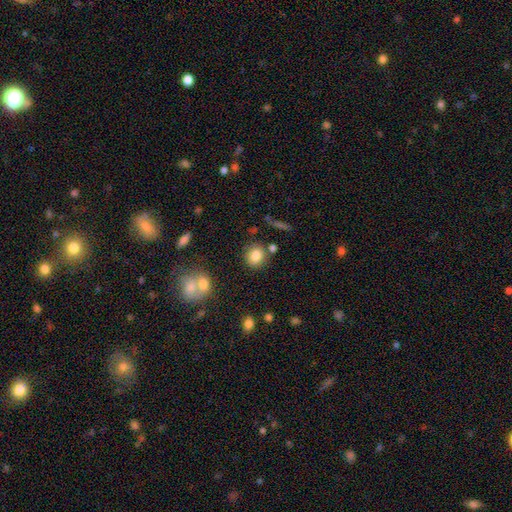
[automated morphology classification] Q: Smooth or featured?
A: smooth (84%); runner-up: star or artifact (10%)
Q: How rounded?
A: round (74%); runner-up: in between (24%)
Q: Merging?
A: none (78%); runner-up: minor disturbance (10%)